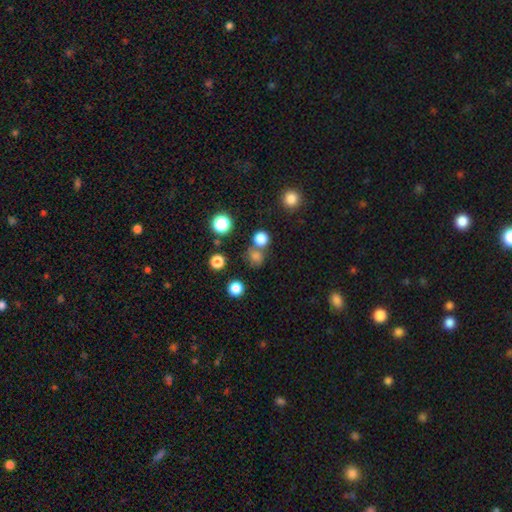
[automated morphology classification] Q: Smooth or featured?
A: smooth (72%); runner-up: star or artifact (20%)
Q: How rounded?
A: round (84%); runner-up: in between (15%)
Q: Merging?
A: none (63%); runner-up: merger (22%)